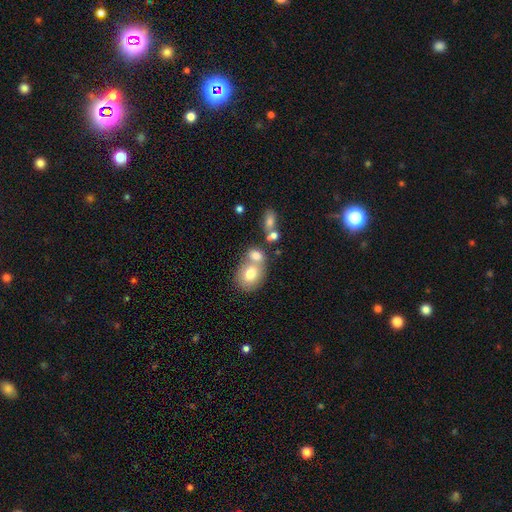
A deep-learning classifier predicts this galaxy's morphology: Smooth or featured? Predicted: smooth (p=0.74). How rounded? Predicted: in between (p=0.57). Merging? Predicted: merger (p=0.56).